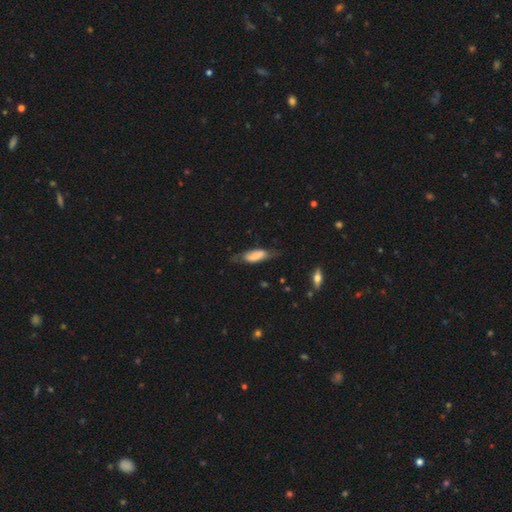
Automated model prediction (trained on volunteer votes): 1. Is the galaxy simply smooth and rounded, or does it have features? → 65% smooth, 29% featured or disk, 7% star or artifact.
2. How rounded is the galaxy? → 66% in between, 31% cigar-shaped, 2% round.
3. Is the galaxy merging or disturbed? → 55% none, 29% minor disturbance, 14% major disturbance, 2% merger.